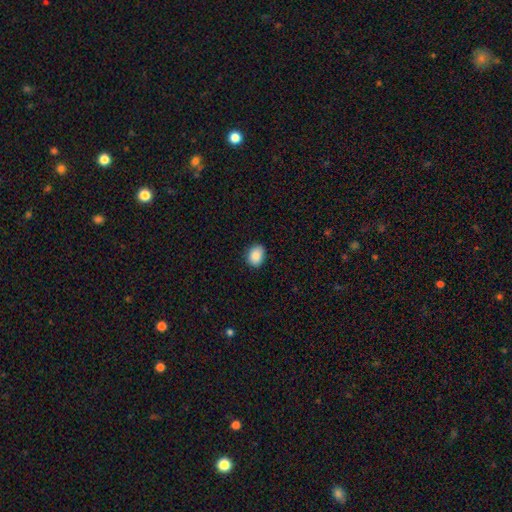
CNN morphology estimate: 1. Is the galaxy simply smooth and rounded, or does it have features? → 88% smooth, 8% star or artifact, 4% featured or disk.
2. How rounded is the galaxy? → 67% in between, 32% round, 1% cigar-shaped.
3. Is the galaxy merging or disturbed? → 87% none, 10% minor disturbance, 2% major disturbance, 1% merger.